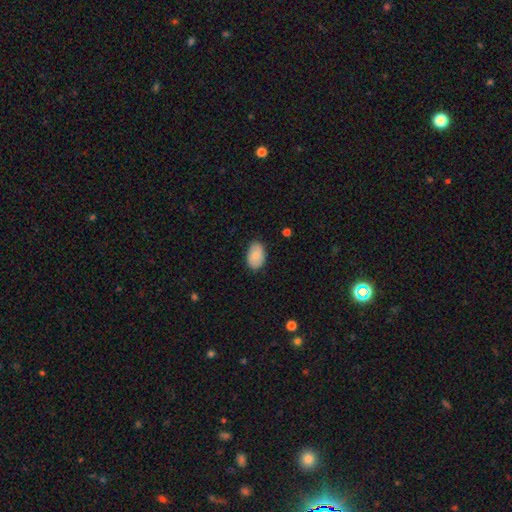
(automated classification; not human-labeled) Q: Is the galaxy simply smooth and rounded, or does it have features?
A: smooth — 79%.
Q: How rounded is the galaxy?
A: in between — 89%.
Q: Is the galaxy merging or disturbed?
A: none — 83%.